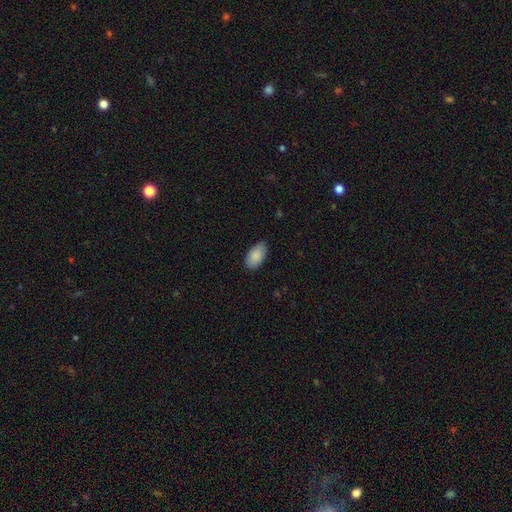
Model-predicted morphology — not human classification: smooth 87%, featured or disk 7%, star or artifact 6%. Down the decision tree: how rounded — in between (95%); merging — none (78%).